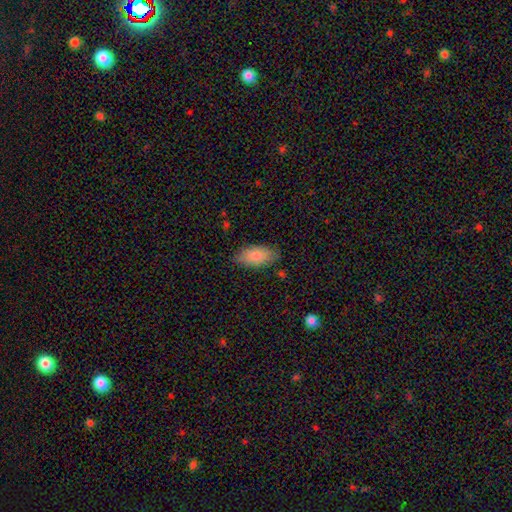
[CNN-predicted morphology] Smooth or featured? smooth (85%)
How rounded? in between (92%)
Merging? none (82%)